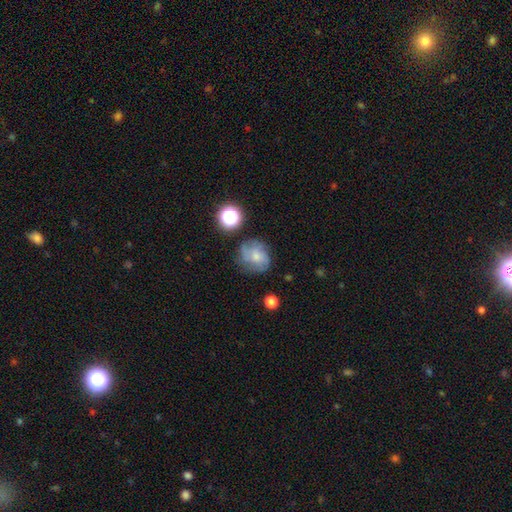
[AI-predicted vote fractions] Smooth or featured? Predicted: smooth (p=0.48). Merging? Predicted: none (p=0.61).